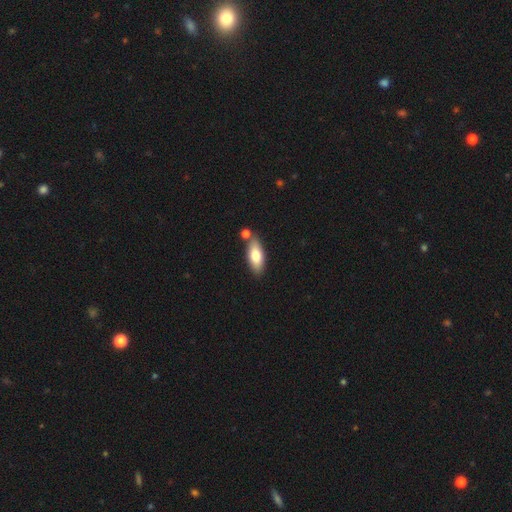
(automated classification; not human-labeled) A smooth galaxy with no disk features (75%) that is in between round and cigar-shaped (78%).

Vote fractions:
- Smooth or featured? smooth: 75% / featured or disk: 19% / star or artifact: 6%
- How rounded? in between: 78% / cigar-shaped: 19% / round: 2%
- Merging? none: 71% / merger: 15% / minor disturbance: 12% / major disturbance: 3%